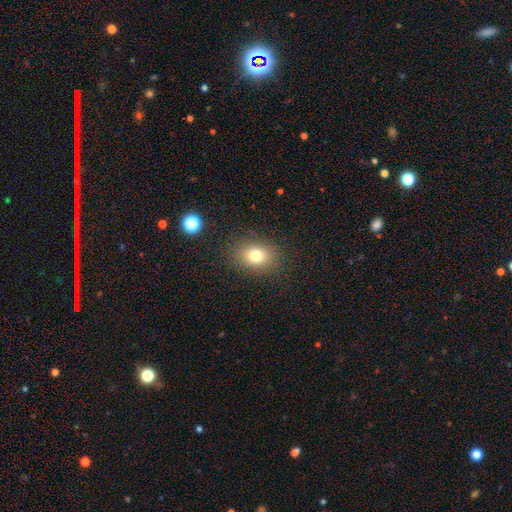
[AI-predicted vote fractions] A smooth galaxy with no disk features (77%) that is in between round and cigar-shaped (60%).

Vote fractions:
- Smooth or featured? smooth: 77% / star or artifact: 13% / featured or disk: 10%
- How rounded? in between: 60% / round: 39% / cigar-shaped: 1%
- Merging? none: 86% / minor disturbance: 9% / major disturbance: 4% / merger: 1%